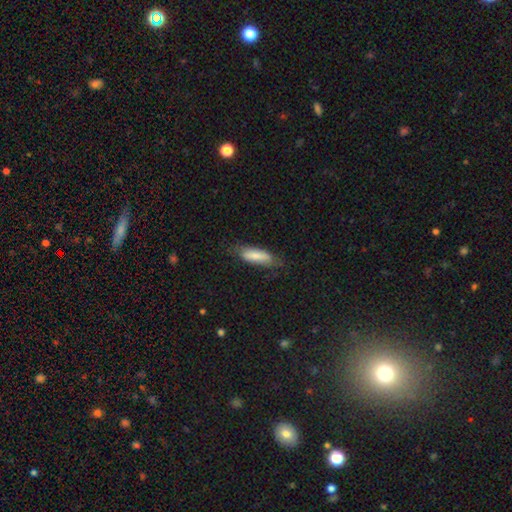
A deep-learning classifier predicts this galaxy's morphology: smooth_or_featured: smooth (p=0.77) [alt: featured or disk p=0.17]
how_rounded: in between (p=0.54) [alt: cigar-shaped p=0.44]
merging: none (p=0.68) [alt: minor disturbance p=0.24]